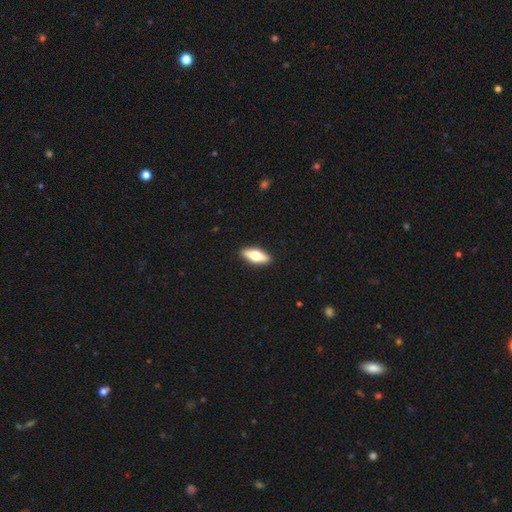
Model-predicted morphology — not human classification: Smooth or featured? smooth (59%)
How rounded? in between (64%)
Merging? none (91%)